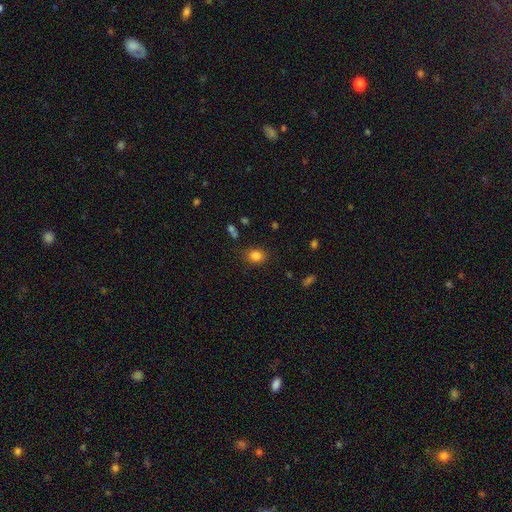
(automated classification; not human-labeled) A smooth galaxy with no disk features (83%) that is in between round and cigar-shaped (53%). Merging: none (83%).